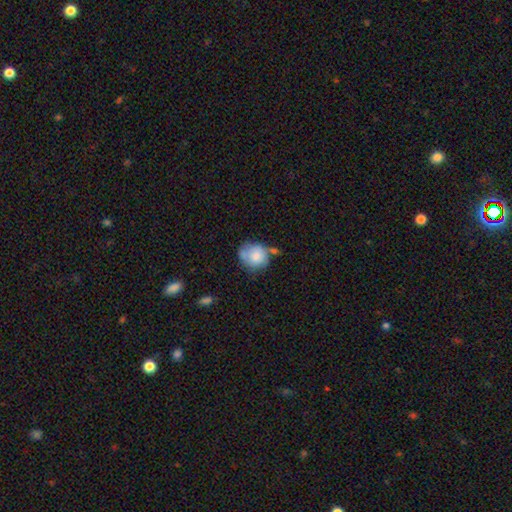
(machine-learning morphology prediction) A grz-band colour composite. It shows a smooth galaxy with no disk features (74%) that is round (74%). Merging: none (44%).